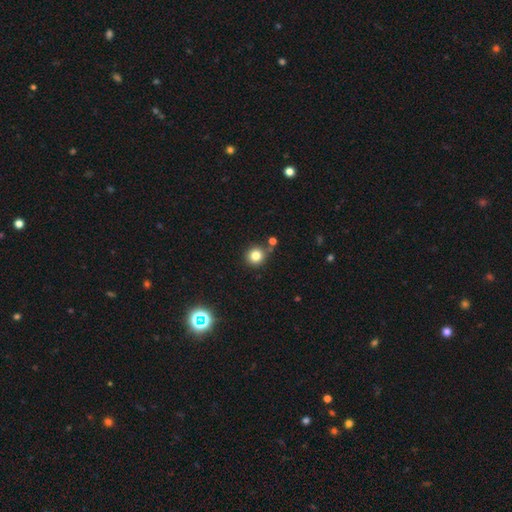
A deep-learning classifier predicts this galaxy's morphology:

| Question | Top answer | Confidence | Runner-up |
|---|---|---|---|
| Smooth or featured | smooth | 81% | star or artifact (13%) |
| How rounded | round | 92% | in between (7%) |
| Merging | none | 77% | minor disturbance (10%) |